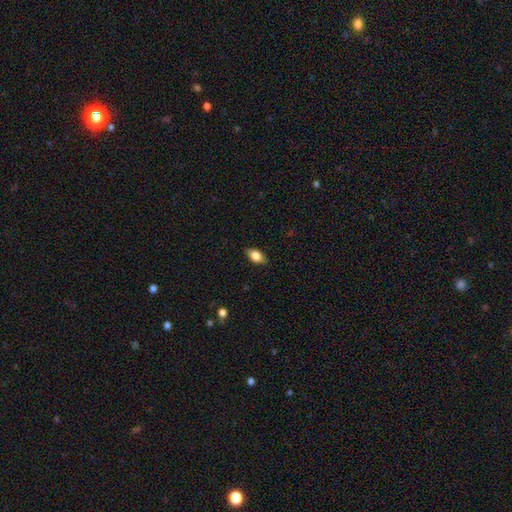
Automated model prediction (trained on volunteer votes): This is clearly a smooth galaxy (82%). How rounded: clearly in between (87%). Merging: clearly none (85%).